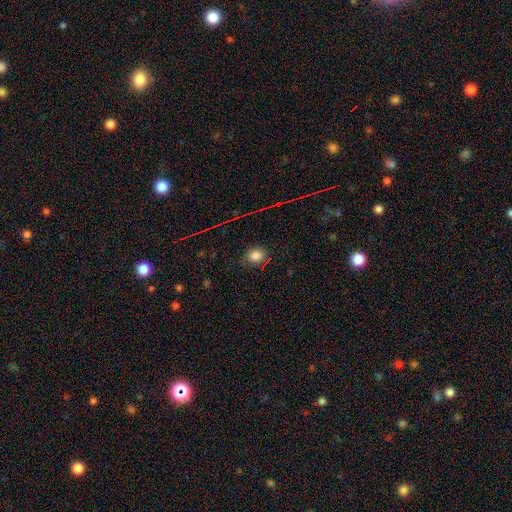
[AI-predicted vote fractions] Smooth or featured: smooth — 78% (star or artifact — 16%)
How rounded: round — 59% (in between — 40%)
Merging: none — 81% (minor disturbance — 14%)